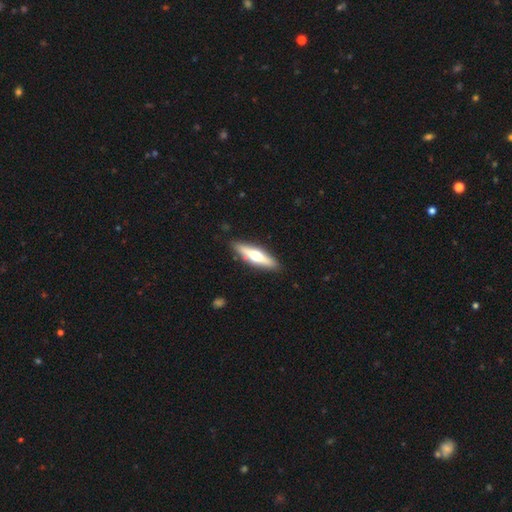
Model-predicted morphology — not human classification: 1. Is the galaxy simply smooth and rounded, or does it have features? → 50% featured or disk, 44% smooth, 5% star or artifact.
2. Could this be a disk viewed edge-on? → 91% yes, 9% no.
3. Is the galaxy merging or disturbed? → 88% none, 9% minor disturbance, 2% major disturbance, 1% merger.